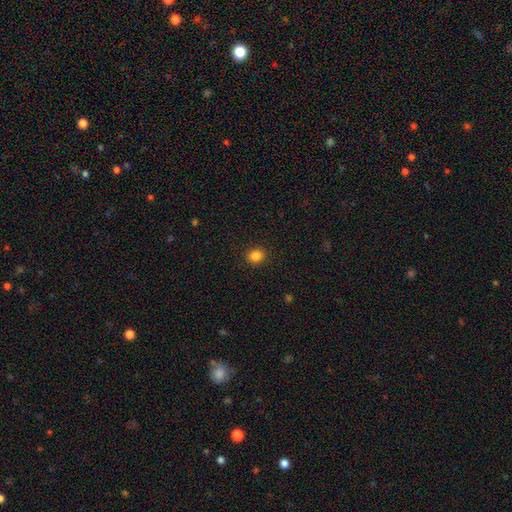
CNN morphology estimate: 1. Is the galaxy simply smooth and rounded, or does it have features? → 84% smooth, 12% star or artifact, 4% featured or disk.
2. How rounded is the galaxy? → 85% round, 15% in between, 1% cigar-shaped.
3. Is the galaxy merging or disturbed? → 92% none, 5% minor disturbance, 2% major disturbance, 1% merger.